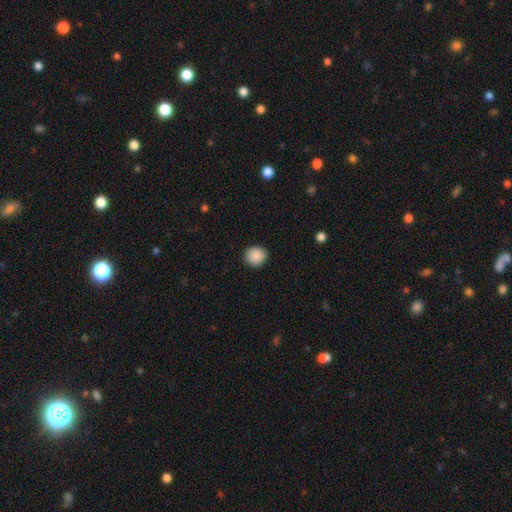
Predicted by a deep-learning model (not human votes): Smooth or featured: smooth — 89% (star or artifact — 8%)
How rounded: round — 86% (in between — 13%)
Merging: none — 86% (minor disturbance — 10%)